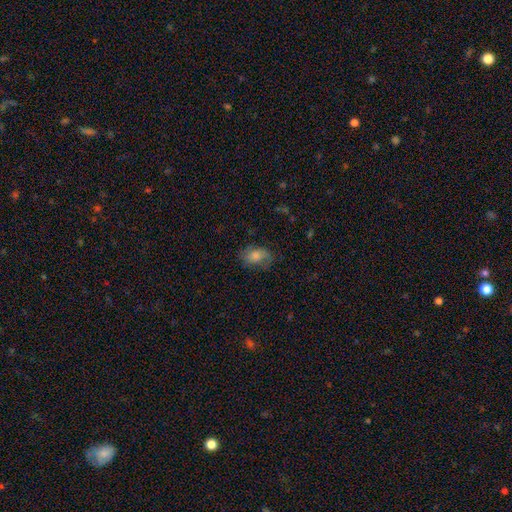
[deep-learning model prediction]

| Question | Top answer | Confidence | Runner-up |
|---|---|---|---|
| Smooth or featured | smooth | 57% | featured or disk (30%) |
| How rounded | in between | 80% | round (18%) |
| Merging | none | 69% | minor disturbance (21%) |